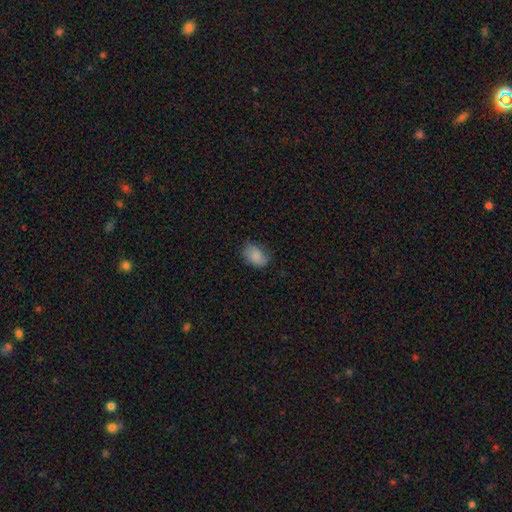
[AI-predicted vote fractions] Morphology: type=smooth (81%); roundness=in between (81%); merging=none (62%).